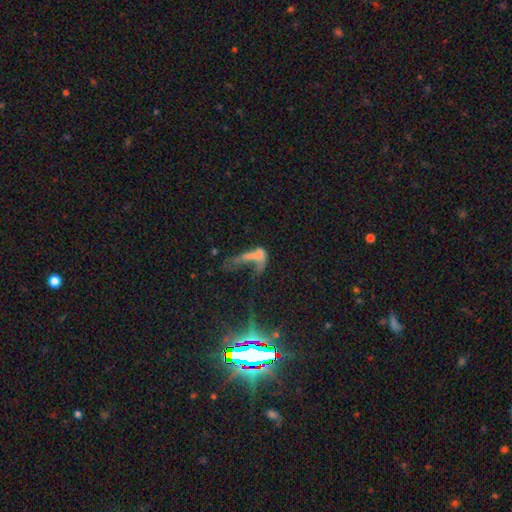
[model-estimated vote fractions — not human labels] smooth_or_featured: smooth (p=0.45) [alt: featured or disk p=0.36]
merging: major disturbance (p=0.50) [alt: merger p=0.23]